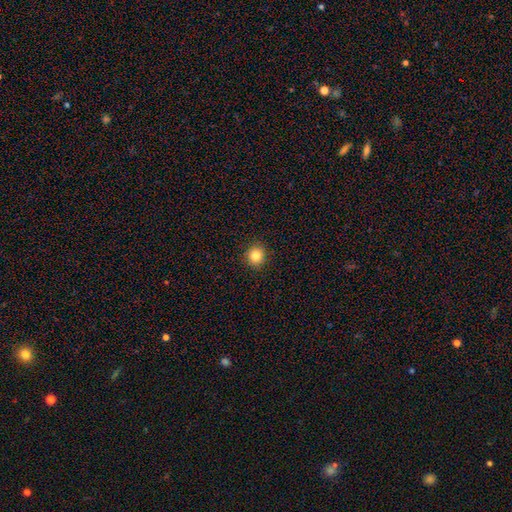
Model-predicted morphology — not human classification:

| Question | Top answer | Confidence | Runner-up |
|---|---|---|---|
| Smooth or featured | smooth | 82% | star or artifact (11%) |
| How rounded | round | 88% | in between (11%) |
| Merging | none | 92% | minor disturbance (6%) |